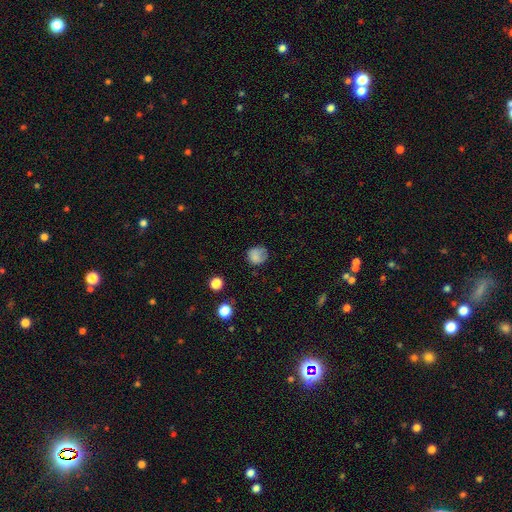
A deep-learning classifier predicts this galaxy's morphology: The model was most divided on "merging": none: 63%, minor disturbance: 25%, major disturbance: 11%, merger: 2%. More confident: smooth or featured — smooth (80%); how rounded — round (78%).